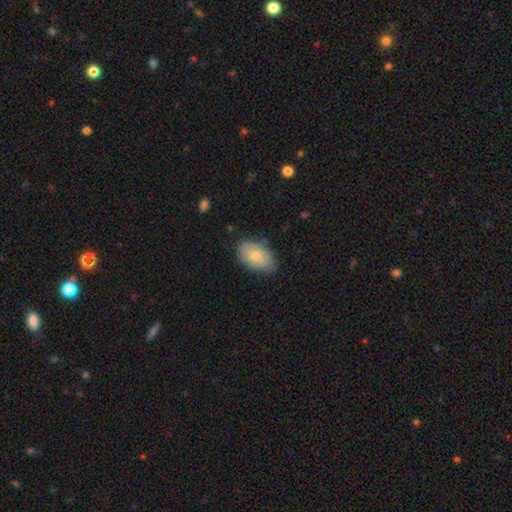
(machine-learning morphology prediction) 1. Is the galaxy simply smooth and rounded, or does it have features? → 77% smooth, 16% featured or disk, 7% star or artifact.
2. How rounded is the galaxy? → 90% in between, 9% round, 1% cigar-shaped.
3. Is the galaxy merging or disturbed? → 76% none, 19% minor disturbance, 4% major disturbance, 2% merger.